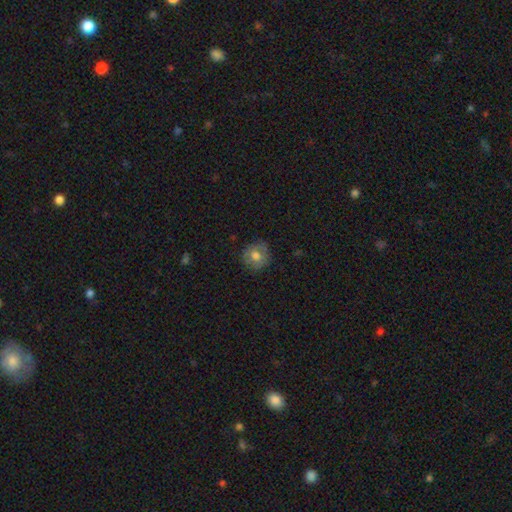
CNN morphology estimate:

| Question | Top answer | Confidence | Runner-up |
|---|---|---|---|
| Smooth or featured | smooth | 72% | featured or disk (19%) |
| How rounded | round | 88% | in between (11%) |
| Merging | none | 79% | minor disturbance (16%) |